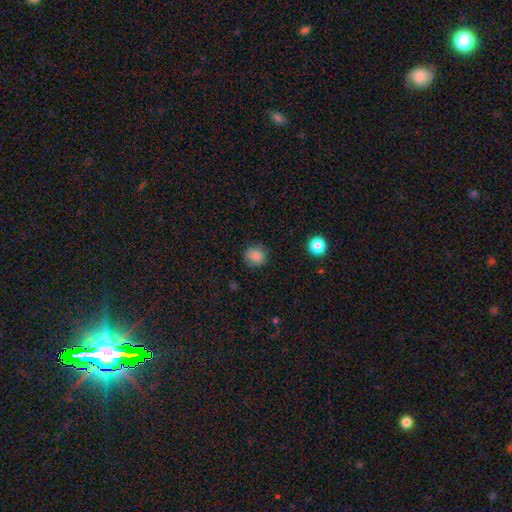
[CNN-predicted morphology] A smooth galaxy with no disk features (85%) that is round (84%). Merging: none (83%).